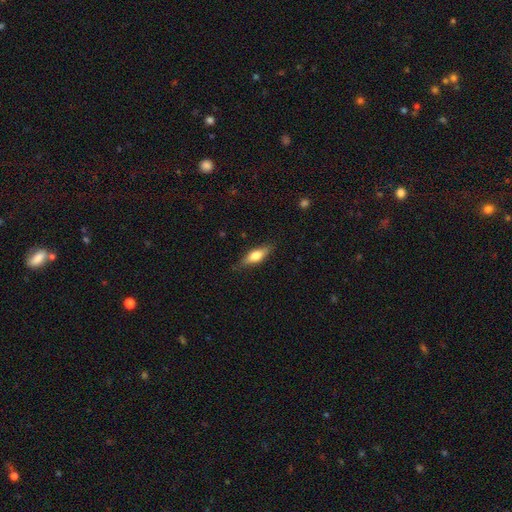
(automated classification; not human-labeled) smooth_or_featured: smooth (p=0.57) [alt: featured or disk p=0.36]
how_rounded: in between (p=0.53) [alt: cigar-shaped p=0.43]
merging: none (p=0.82) [alt: minor disturbance p=0.14]